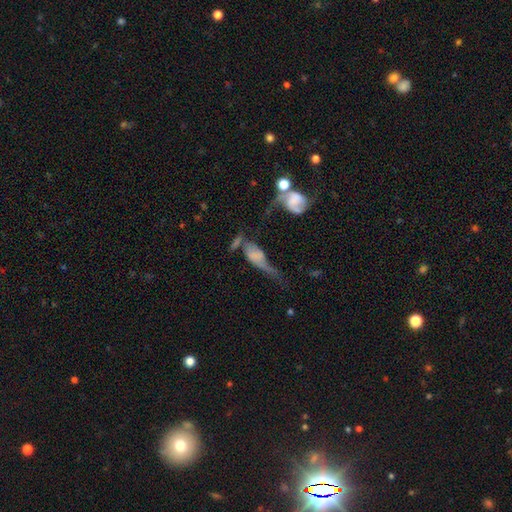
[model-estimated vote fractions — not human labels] Overall: featured or disk (51%; smooth 38%). Edge-on disk: no (62%; yes 38%). Merging: major disturbance (35%; none 22%).